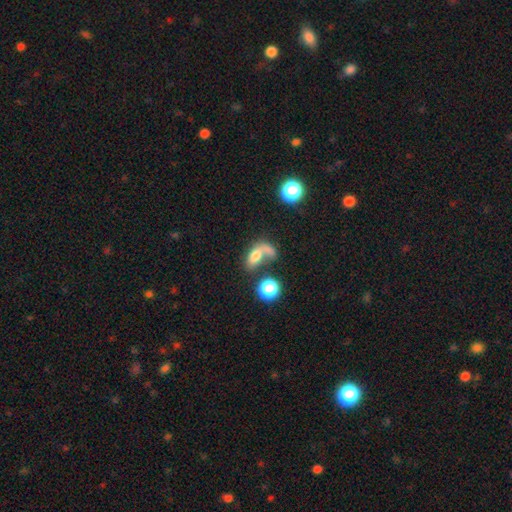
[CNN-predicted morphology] A smooth galaxy with no disk features (60%) that is in between round and cigar-shaped (72%). Merging: merger (39%).